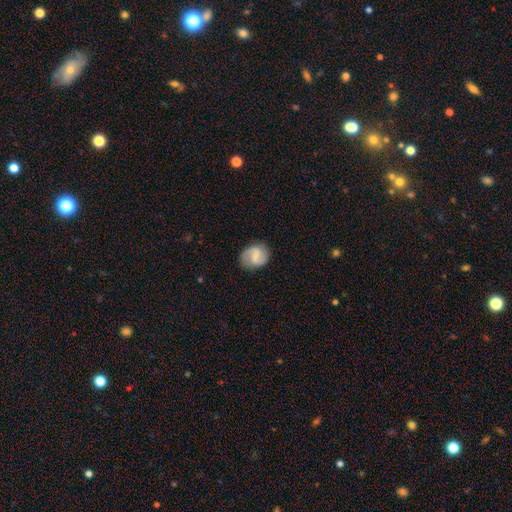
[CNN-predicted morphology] Smooth or featured: featured or disk — 57% (smooth — 36%)
Edge-on disk: no — 98% (yes — 2%)
Bar: weak — 55% (no — 23%)
Spiral arms: yes — 89% (no — 11%)
Spiral winding: medium — 45% (loose — 36%)
Spiral arm count: 2 — 87% (can't tell — 6%)
Bulge size: small — 43% (none — 30%)
Merging: none — 80% (minor disturbance — 14%)